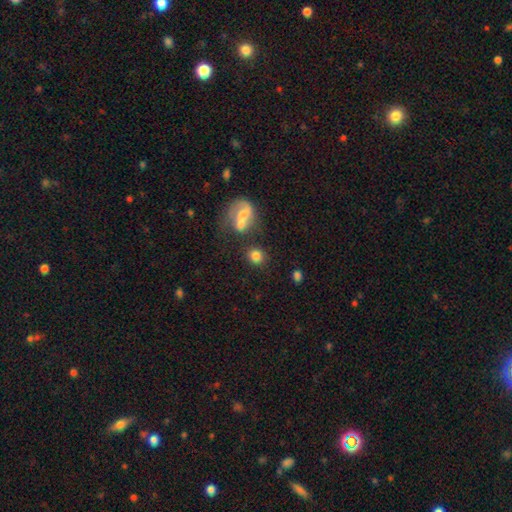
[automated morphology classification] smooth-or-featured: smooth: 80% | featured or disk: 10% | star or artifact: 10%
  how-rounded: round: 76% | in between: 23% | cigar-shaped: 1%
  merging: none: 67% | merger: 16% | minor disturbance: 11% | major disturbance: 5%